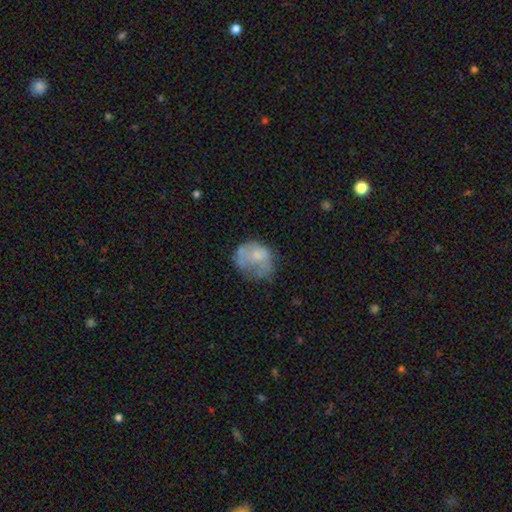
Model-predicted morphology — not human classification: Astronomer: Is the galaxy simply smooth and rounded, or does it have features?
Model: smooth — 53% (runner-up: featured or disk, 37%).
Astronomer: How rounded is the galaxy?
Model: round — 58% (runner-up: in between, 41%).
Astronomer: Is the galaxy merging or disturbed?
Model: none — 38% (runner-up: minor disturbance, 29%).